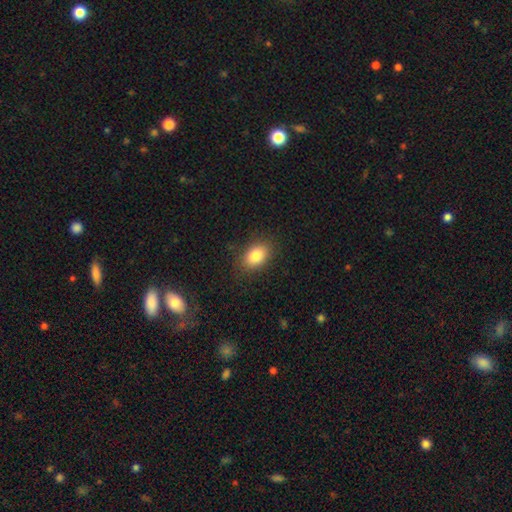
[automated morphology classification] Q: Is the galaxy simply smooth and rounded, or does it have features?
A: smooth — 83%.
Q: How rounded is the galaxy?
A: in between — 83%.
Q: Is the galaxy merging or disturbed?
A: none — 85%.